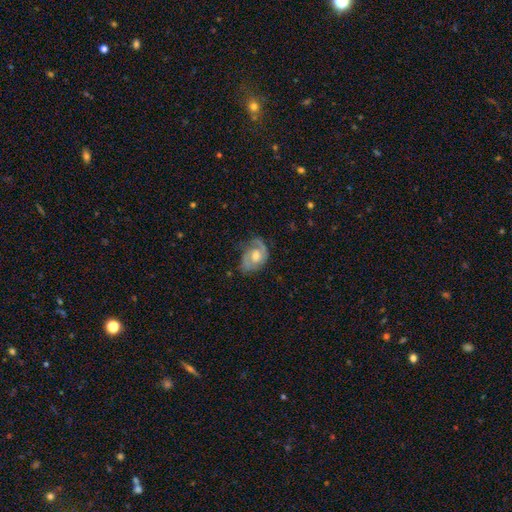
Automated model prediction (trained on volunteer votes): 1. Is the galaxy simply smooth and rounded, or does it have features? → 72% featured or disk, 21% smooth, 7% star or artifact.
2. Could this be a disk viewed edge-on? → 96% no, 4% yes.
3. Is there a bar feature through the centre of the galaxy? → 68% no, 27% weak, 5% strong.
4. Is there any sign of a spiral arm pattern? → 86% yes, 14% no.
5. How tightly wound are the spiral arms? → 43% medium, 39% tight, 18% loose.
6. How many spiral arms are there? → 63% 2, 17% 1, 14% can't tell, 4% 3, 1% 4, 1% more than 4.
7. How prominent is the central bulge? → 59% moderate, 23% large, 13% small, 3% none, 2% dominant.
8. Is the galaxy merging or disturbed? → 56% none, 25% minor disturbance, 16% major disturbance, 2% merger.